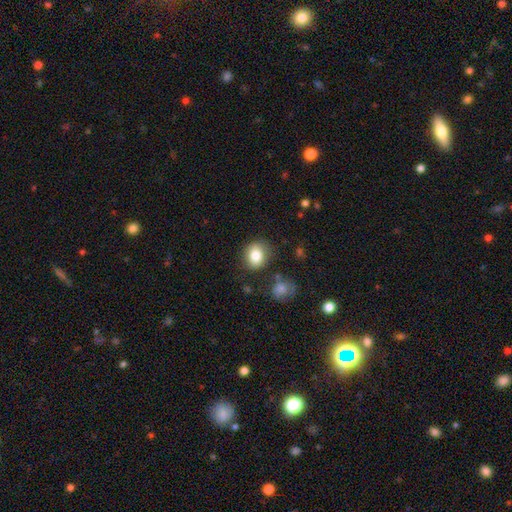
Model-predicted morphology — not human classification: smooth_or_featured: smooth (p=0.82) [alt: featured or disk p=0.09]
how_rounded: round (p=0.58) [alt: in between p=0.41]
merging: none (p=0.77) [alt: minor disturbance p=0.14]